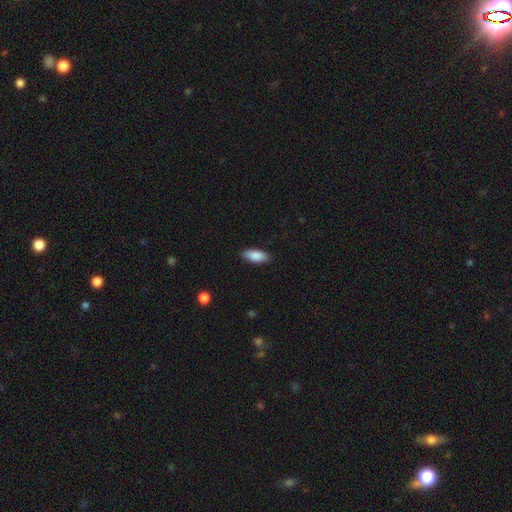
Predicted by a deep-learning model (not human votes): Smooth or featured? smooth (88%)
How rounded? in between (82%)
Merging? none (88%)